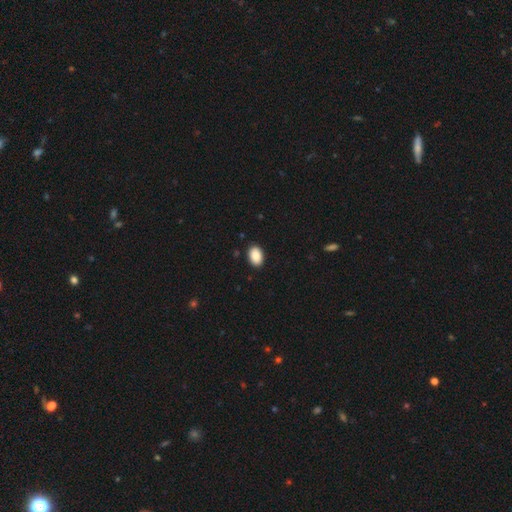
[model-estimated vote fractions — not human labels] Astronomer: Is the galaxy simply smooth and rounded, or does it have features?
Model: smooth — 89%.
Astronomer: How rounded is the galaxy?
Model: in between — 87%.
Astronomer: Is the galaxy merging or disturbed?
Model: none — 90%.